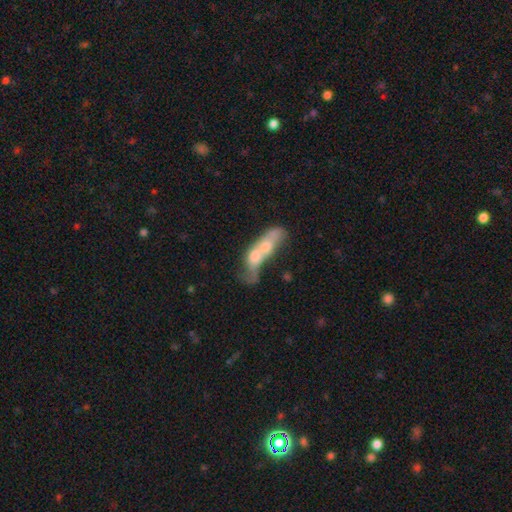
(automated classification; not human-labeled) A featured or disk galaxy (43%). Merging: merger (52%).